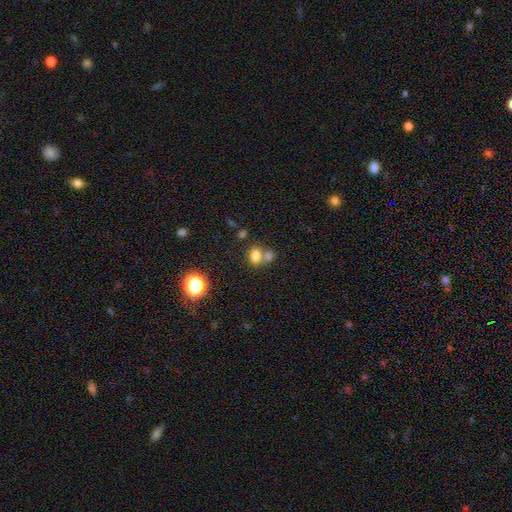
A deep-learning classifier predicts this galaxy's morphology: smooth 76%, star or artifact 15%, featured or disk 9%. Down the decision tree: how rounded — in between (68%); merging — merger (44%).